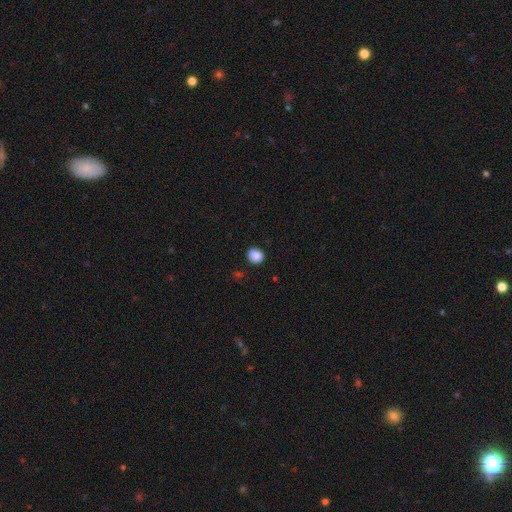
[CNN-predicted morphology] smooth_or_featured: smooth (p=0.88) [alt: star or artifact p=0.09]
how_rounded: round (p=0.68) [alt: in between p=0.31]
merging: none (p=0.87) [alt: minor disturbance p=0.09]